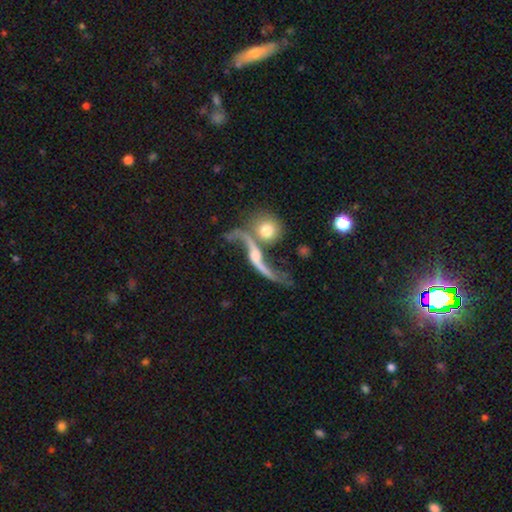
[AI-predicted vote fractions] smooth_or_featured: featured or disk (p=0.81) [alt: smooth p=0.12]
disk_edge_on: no (p=0.81) [alt: yes p=0.19]
bar: no (p=0.49) [alt: weak p=0.31]
has_spiral_arms: yes (p=0.88) [alt: no p=0.12]
spiral_winding: loose (p=0.94) [alt: medium p=0.04]
spiral_arm_count: 2 (p=0.90) [alt: 1 p=0.05]
bulge_size: moderate (p=0.40) [alt: small p=0.39]
merging: none (p=0.35) [alt: merger p=0.33]